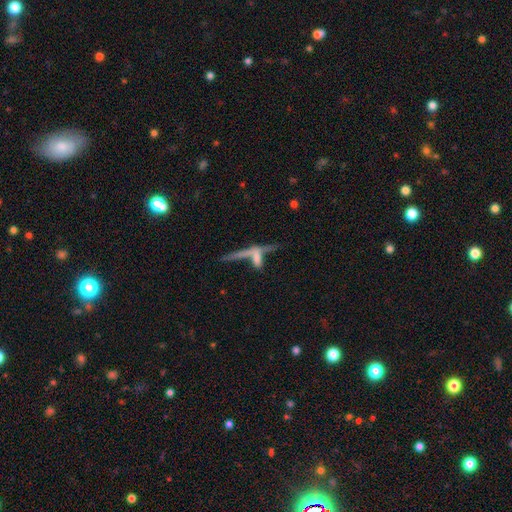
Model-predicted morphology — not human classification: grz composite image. It shows a featured or disk galaxy (46%). Merging: merger (51%).